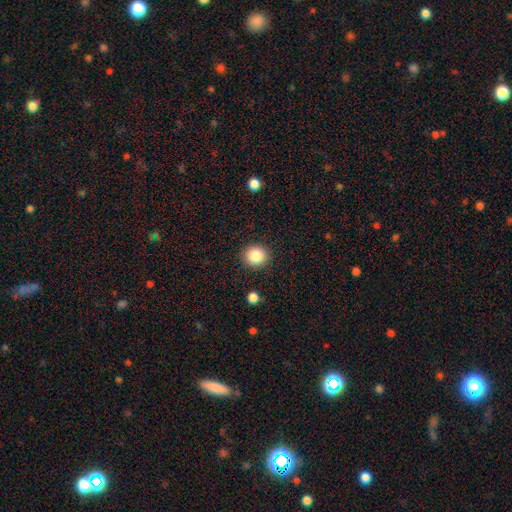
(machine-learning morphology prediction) Smooth or featured?
  - smooth: 86% *
  - star or artifact: 10%
  - featured or disk: 5%
How rounded?
  - round: 86% *
  - in between: 13%
  - cigar-shaped: 1%
Merging?
  - none: 90% *
  - minor disturbance: 6%
  - major disturbance: 2%
  - merger: 1%